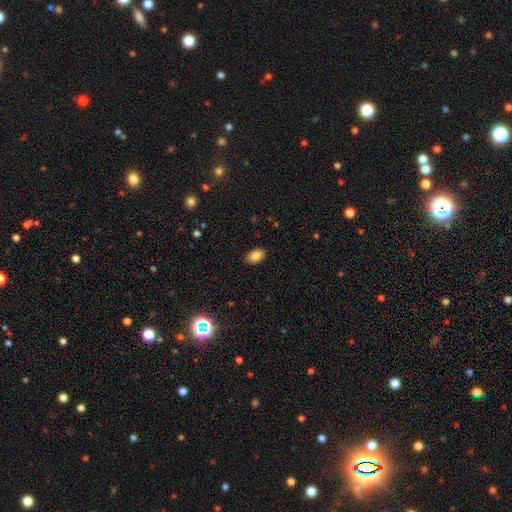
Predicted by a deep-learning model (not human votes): The model was most divided on "smooth or featured": smooth: 85%, star or artifact: 9%, featured or disk: 6%. More confident: how rounded — in between (90%); merging — none (89%).